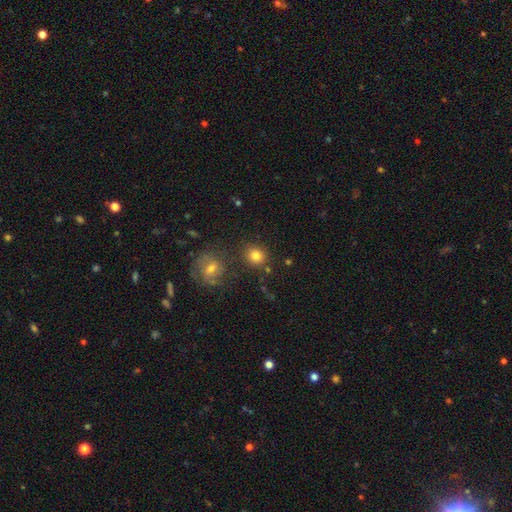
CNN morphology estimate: smooth-or-featured: smooth: 82% | star or artifact: 12% | featured or disk: 7%
  how-rounded: round: 82% | in between: 17% | cigar-shaped: 1%
  merging: none: 80% | minor disturbance: 9% | merger: 8% | major disturbance: 3%